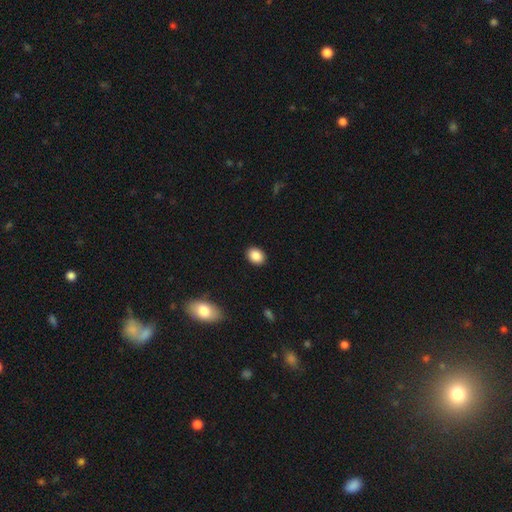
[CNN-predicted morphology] The model was most divided on "how rounded": in between: 64%, round: 35%, cigar-shaped: 1%. More confident: merging — none (90%); smooth or featured — smooth (88%).